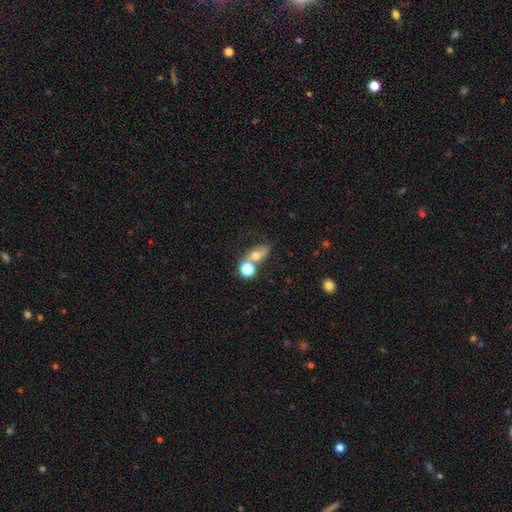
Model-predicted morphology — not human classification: Smooth or featured? Predicted: smooth (p=0.57). How rounded? Predicted: in between (p=0.59). Merging? Predicted: merger (p=0.42).